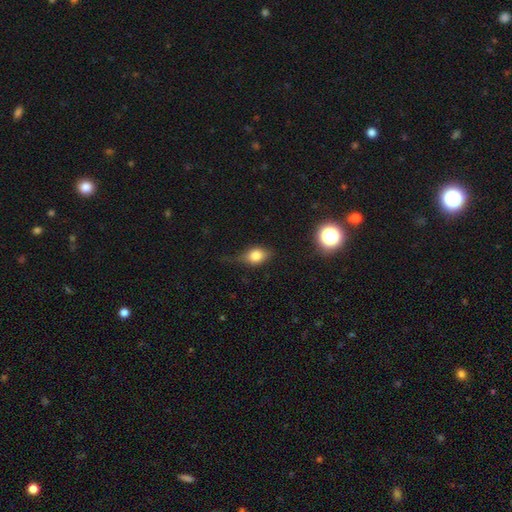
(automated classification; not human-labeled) This is likely a smooth galaxy (75%). How rounded: likely in between (67%). Merging: possibly none (55%).